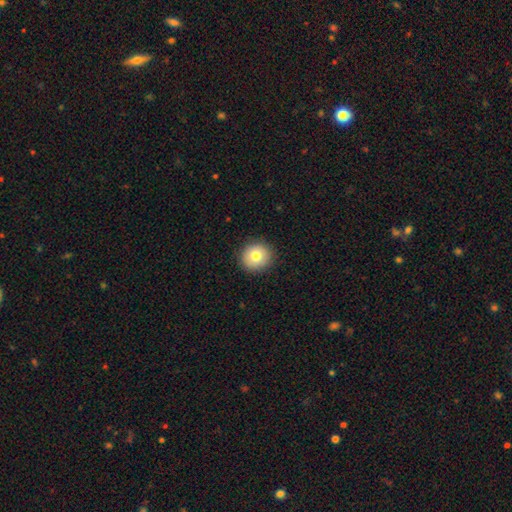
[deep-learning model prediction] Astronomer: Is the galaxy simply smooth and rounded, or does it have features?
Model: smooth — 78%.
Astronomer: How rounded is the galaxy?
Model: round — 91%.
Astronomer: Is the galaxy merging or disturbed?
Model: none — 91%.